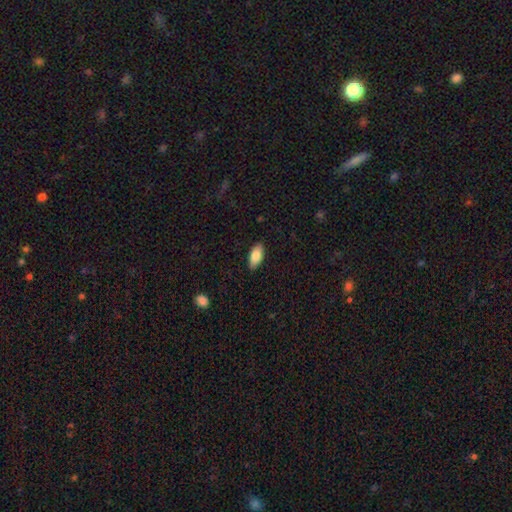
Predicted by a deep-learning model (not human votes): Smooth or featured? smooth (84%)
How rounded? in between (90%)
Merging? none (88%)